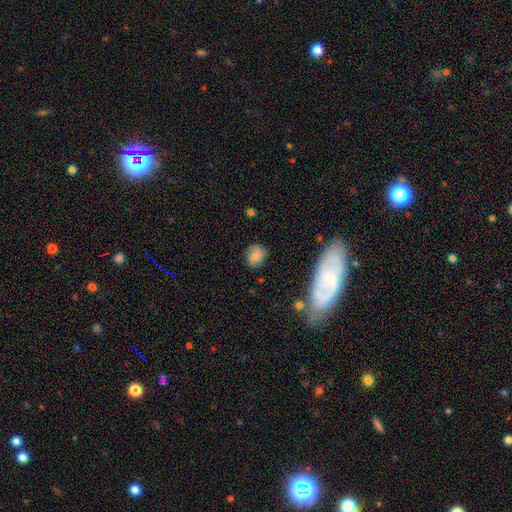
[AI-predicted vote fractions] A smooth galaxy with no disk features (76%) that is round (71%). Merging: none (78%).